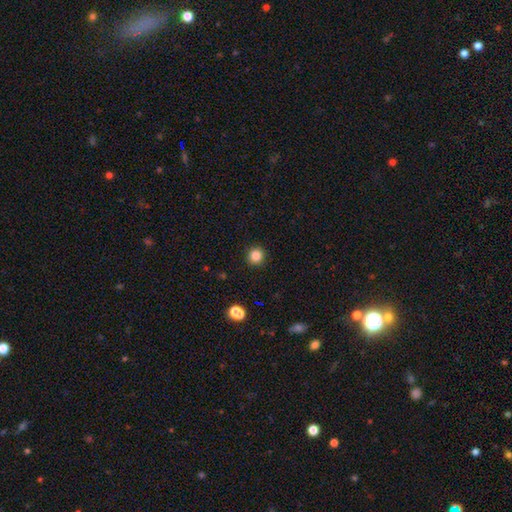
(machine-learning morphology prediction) Smooth or featured? smooth (84%)
How rounded? round (94%)
Merging? none (92%)